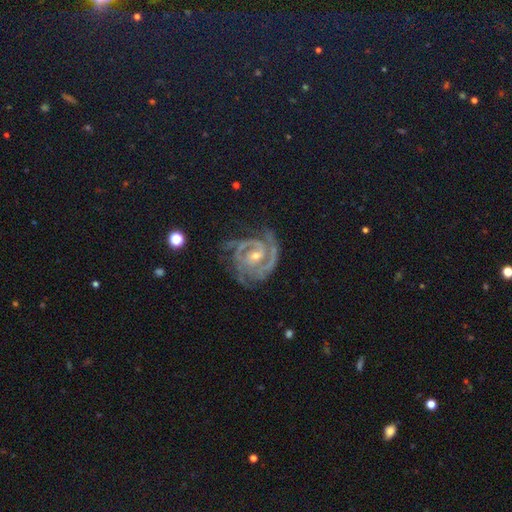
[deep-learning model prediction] Morphology: type=featured or disk (91%); edge-on=no (98%); bar=no (49%); spiral arms=yes (98%); winding=tight (66%); arm count=2 (49%); bulge=small (59%); merging=none (67%).